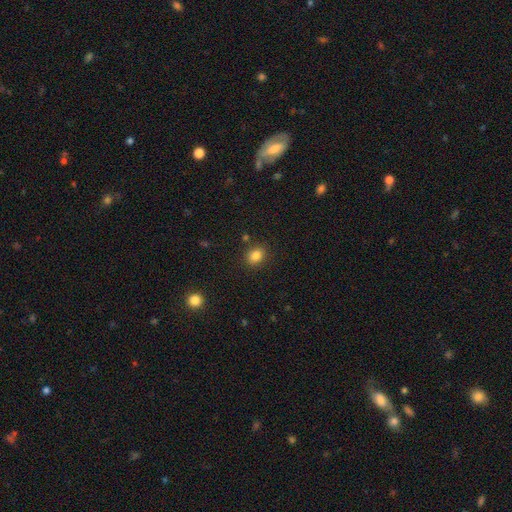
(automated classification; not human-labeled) Smooth or featured?
  - smooth: 83% *
  - star or artifact: 11%
  - featured or disk: 5%
How rounded?
  - round: 51% *
  - in between: 48%
  - cigar-shaped: 1%
Merging?
  - none: 85% *
  - minor disturbance: 9%
  - merger: 3%
  - major disturbance: 3%